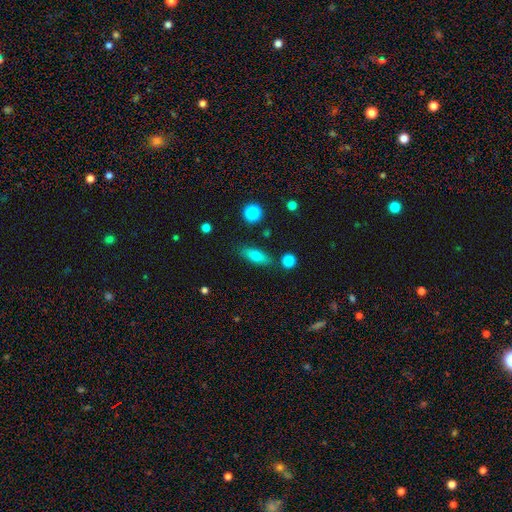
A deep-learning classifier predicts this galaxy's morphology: type=smooth (72%); roundness=in between (61%); merging=none (81%).